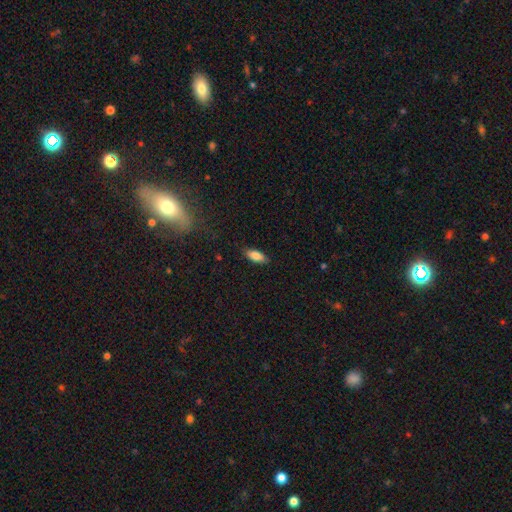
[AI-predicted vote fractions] Smooth or featured? Predicted: smooth (p=0.83). How rounded? Predicted: in between (p=0.79). Merging? Predicted: none (p=0.86).